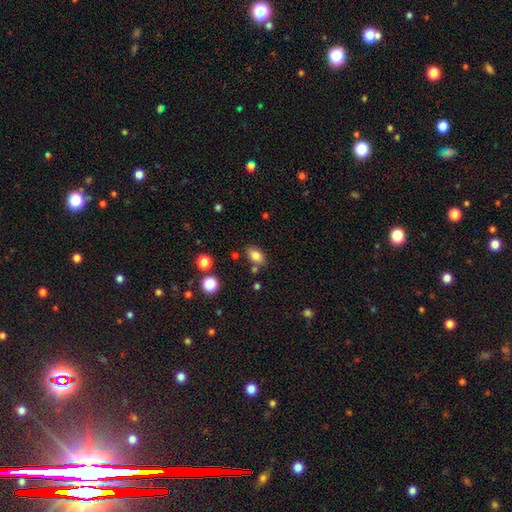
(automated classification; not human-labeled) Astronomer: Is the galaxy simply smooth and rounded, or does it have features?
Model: smooth — 83%.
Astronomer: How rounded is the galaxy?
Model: in between — 86%.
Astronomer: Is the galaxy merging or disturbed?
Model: none — 76%.